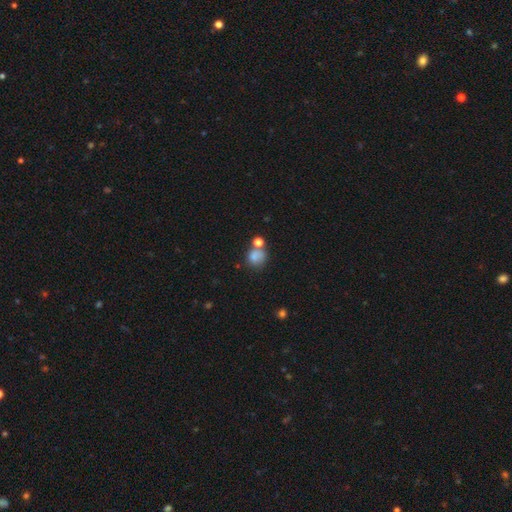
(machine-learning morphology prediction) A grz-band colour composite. It shows a smooth galaxy with no disk features (77%) that is round (78%). Merging: none (47%).